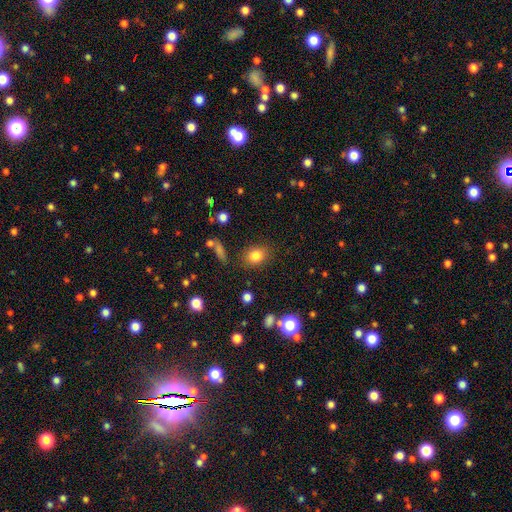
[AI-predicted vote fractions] Q: Smooth or featured?
A: smooth (82%); runner-up: star or artifact (11%)
Q: How rounded?
A: round (54%); runner-up: in between (45%)
Q: Merging?
A: none (82%); runner-up: minor disturbance (11%)